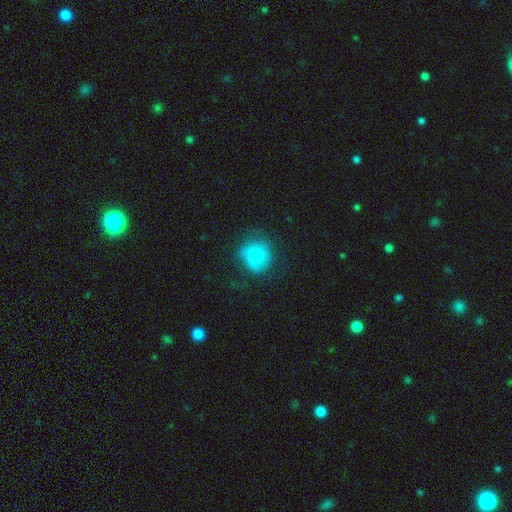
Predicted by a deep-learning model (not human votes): Smooth or featured?
  - smooth: 72% *
  - featured or disk: 19%
  - star or artifact: 9%
How rounded?
  - round: 81% *
  - in between: 18%
  - cigar-shaped: 1%
Merging?
  - none: 52% *
  - minor disturbance: 27%
  - major disturbance: 19%
  - merger: 2%